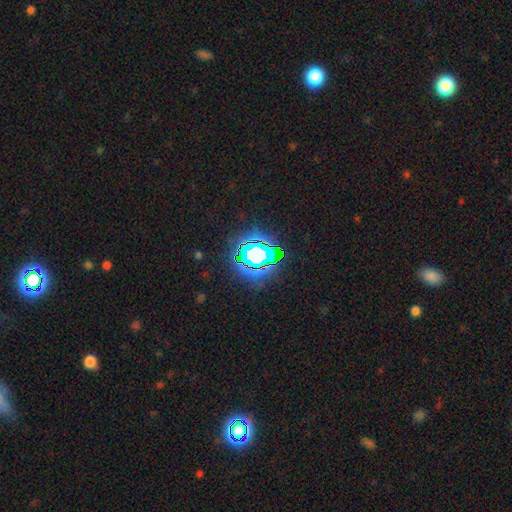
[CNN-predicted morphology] smooth_or_featured: star or artifact (p=0.63) [alt: smooth p=0.22]